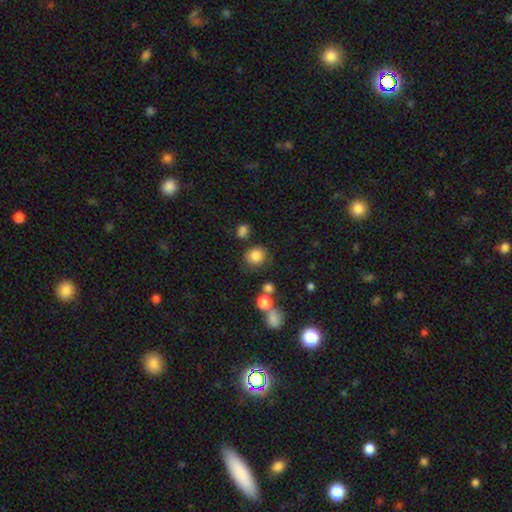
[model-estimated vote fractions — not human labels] A smooth galaxy with no disk features (83%) that is round (85%).

Vote fractions:
- Smooth or featured? smooth: 83% / star or artifact: 12% / featured or disk: 6%
- How rounded? round: 85% / in between: 14% / cigar-shaped: 1%
- Merging? none: 77% / minor disturbance: 12% / merger: 7% / major disturbance: 5%